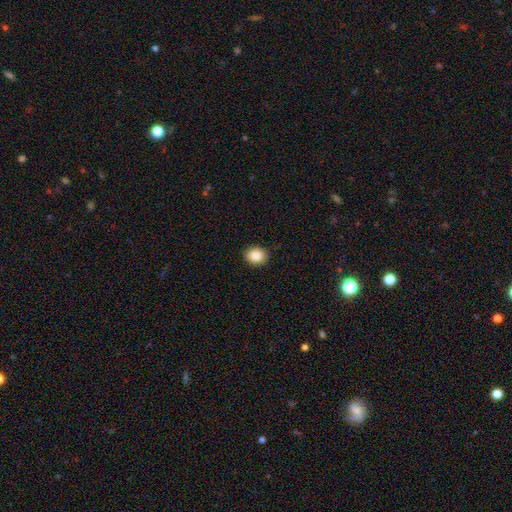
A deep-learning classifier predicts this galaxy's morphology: Smooth or featured?
  - smooth: 87% *
  - star or artifact: 9%
  - featured or disk: 5%
How rounded?
  - round: 65% *
  - in between: 34%
  - cigar-shaped: 1%
Merging?
  - none: 91% *
  - minor disturbance: 6%
  - major disturbance: 2%
  - merger: 1%